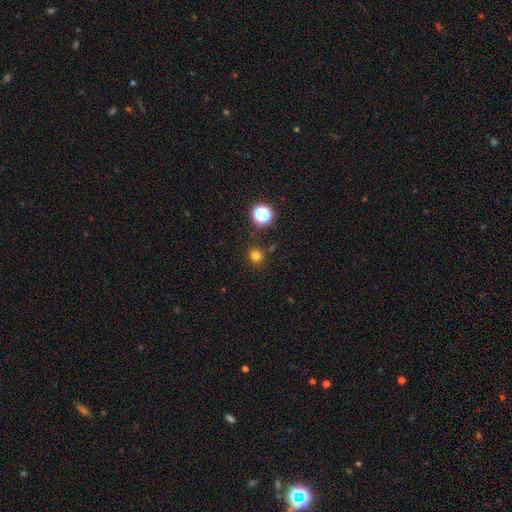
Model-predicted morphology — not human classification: This appears to be a smooth galaxy with no disk features (77%) that is round (90%). Merging: none (86%).